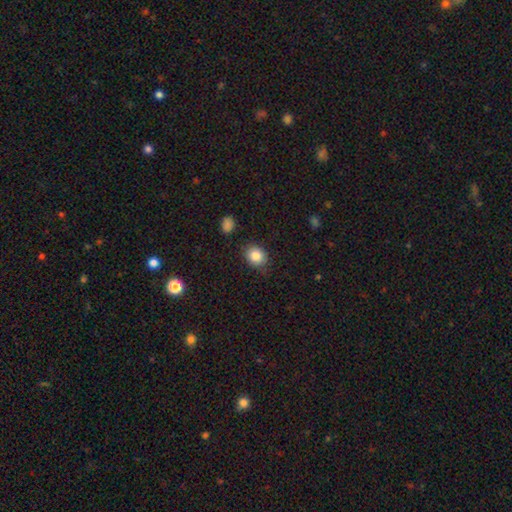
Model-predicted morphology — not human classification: smooth_or_featured: smooth (p=0.85) [alt: star or artifact p=0.09]
how_rounded: round (p=0.53) [alt: in between p=0.46]
merging: none (p=0.80) [alt: minor disturbance p=0.15]